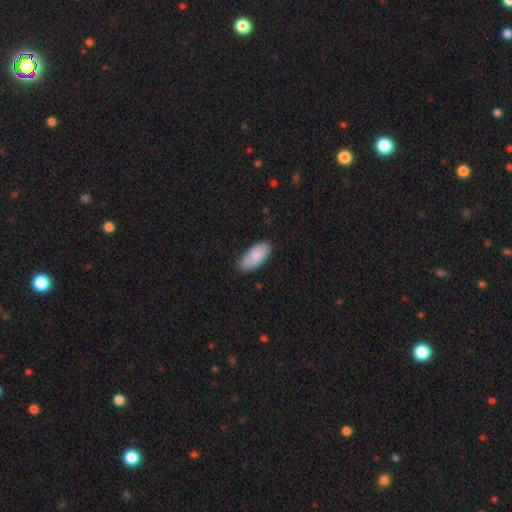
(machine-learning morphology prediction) The model was most divided on "merging": none: 76%, minor disturbance: 19%, major disturbance: 3%, merger: 2%. More confident: how rounded — in between (89%); smooth or featured — smooth (85%).